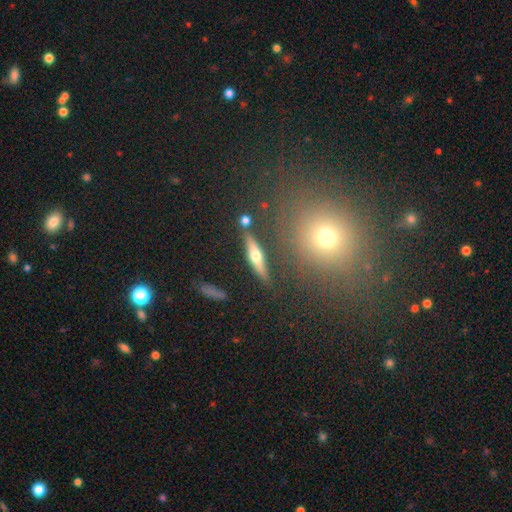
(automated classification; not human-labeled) A featured or disk galaxy (59%) viewed edge-on (91%) with a rounded central bulge (93%). Merging: none (80%).